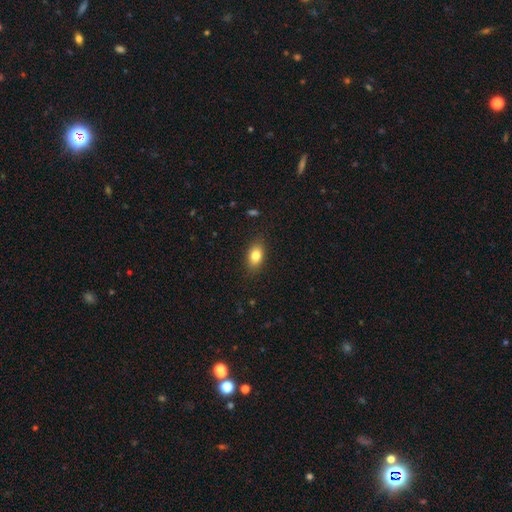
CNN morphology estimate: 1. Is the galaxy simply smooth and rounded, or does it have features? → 81% smooth, 10% featured or disk, 9% star or artifact.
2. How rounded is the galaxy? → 82% in between, 16% round, 3% cigar-shaped.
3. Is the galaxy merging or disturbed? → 86% none, 11% minor disturbance, 3% major disturbance, 1% merger.